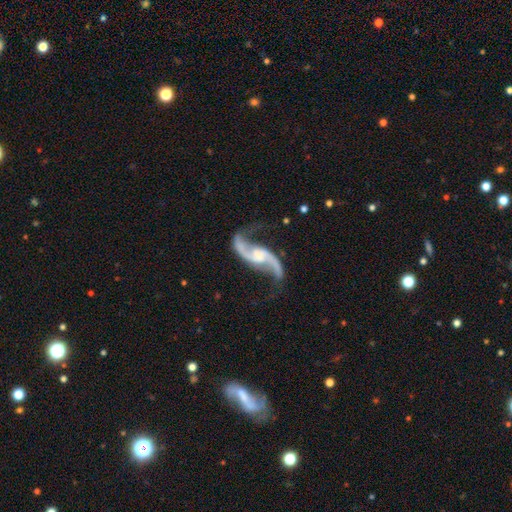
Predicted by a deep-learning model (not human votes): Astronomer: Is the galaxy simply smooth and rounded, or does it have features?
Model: featured or disk — 92%.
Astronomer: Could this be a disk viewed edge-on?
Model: no — 96%.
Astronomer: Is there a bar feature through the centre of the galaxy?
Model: no — 45% (runner-up: weak, 36%).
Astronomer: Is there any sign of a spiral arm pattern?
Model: yes — 98%.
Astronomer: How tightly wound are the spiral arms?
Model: loose — 78%.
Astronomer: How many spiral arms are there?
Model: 2 — 94%.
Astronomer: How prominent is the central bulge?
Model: small — 38% (runner-up: moderate, 32%).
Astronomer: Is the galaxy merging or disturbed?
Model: none — 72%.